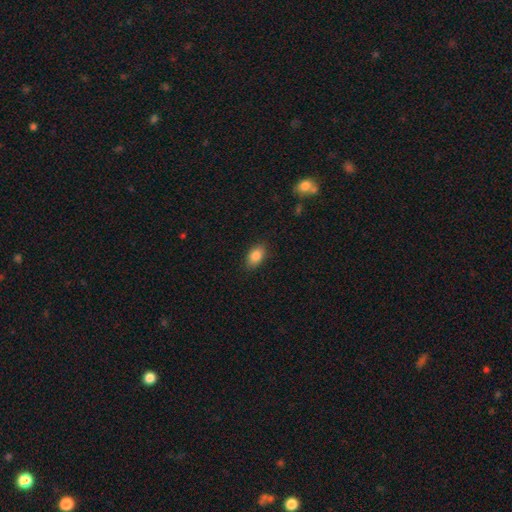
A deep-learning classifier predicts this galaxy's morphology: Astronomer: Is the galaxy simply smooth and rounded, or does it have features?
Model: smooth — 86%.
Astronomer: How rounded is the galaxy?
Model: in between — 89%.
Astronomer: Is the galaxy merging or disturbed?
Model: none — 87%.